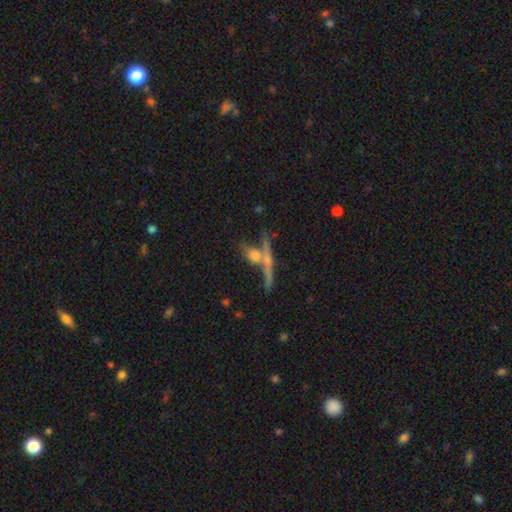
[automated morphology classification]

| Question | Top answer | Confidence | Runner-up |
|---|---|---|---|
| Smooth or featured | smooth | 46% | featured or disk (42%) |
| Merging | none | 42% | merger (40%) |